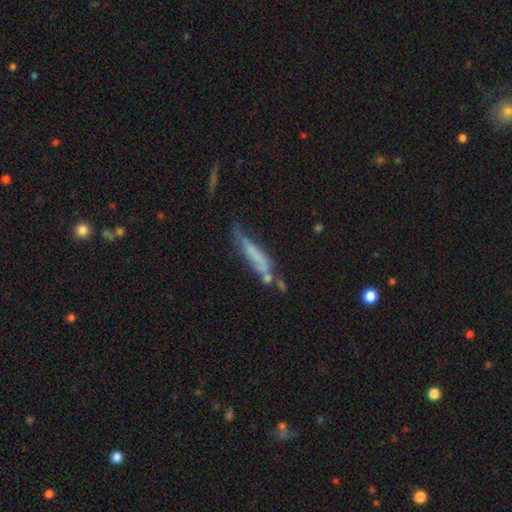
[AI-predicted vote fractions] smooth-or-featured: smooth: 52% | featured or disk: 37% | star or artifact: 11%
  how-rounded: cigar-shaped: 79% | in between: 19% | round: 2%
  merging: none: 32% | minor disturbance: 27% | major disturbance: 21% | merger: 20%